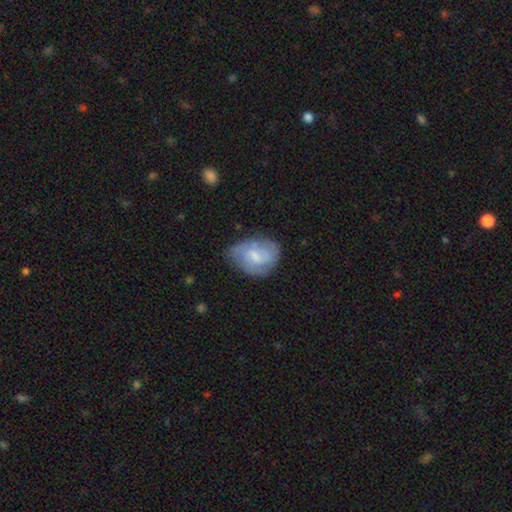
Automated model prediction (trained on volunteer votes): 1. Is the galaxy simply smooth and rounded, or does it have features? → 54% featured or disk, 40% smooth, 7% star or artifact.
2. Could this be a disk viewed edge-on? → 97% no, 3% yes.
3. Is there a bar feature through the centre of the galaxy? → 48% weak, 44% no, 8% strong.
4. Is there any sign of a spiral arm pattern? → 78% yes, 22% no.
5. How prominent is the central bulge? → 43% small, 37% moderate, 15% none, 4% large, 1% dominant.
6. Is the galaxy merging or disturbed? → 55% none, 31% minor disturbance, 12% major disturbance, 2% merger.